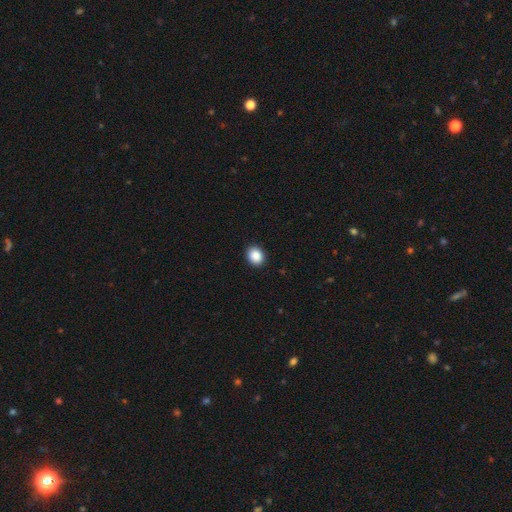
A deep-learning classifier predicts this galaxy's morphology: Smooth or featured? Predicted: smooth (p=0.89). How rounded? Predicted: round (p=0.50). Merging? Predicted: none (p=0.91).